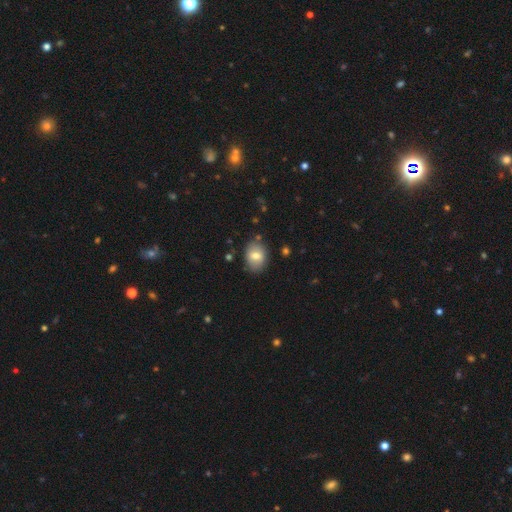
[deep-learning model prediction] Overall: smooth (73%). How rounded: in between (71%). Merging: none (81%).